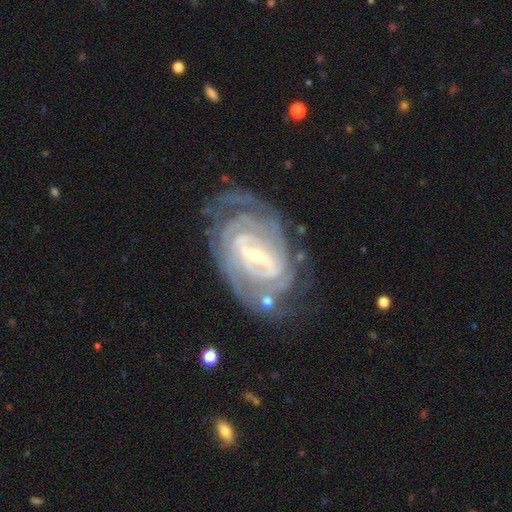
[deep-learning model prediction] Q: Smooth or featured?
A: featured or disk (90%); runner-up: star or artifact (5%)
Q: Edge-on disk?
A: no (96%); runner-up: yes (4%)
Q: Bar?
A: strong (59%); runner-up: weak (32%)
Q: Spiral arms?
A: yes (97%); runner-up: no (3%)
Q: Spiral winding?
A: tight (74%); runner-up: medium (22%)
Q: Spiral arm count?
A: can't tell (27%); runner-up: 2 (26%)
Q: Bulge size?
A: small (71%); runner-up: moderate (24%)
Q: Merging?
A: none (68%); runner-up: minor disturbance (19%)